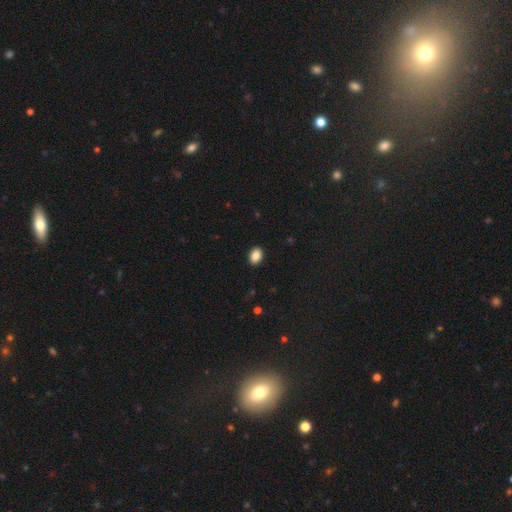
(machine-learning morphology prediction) This appears to be a smooth galaxy with no disk features (87%) that is in between round and cigar-shaped (77%). Merging: none (91%).